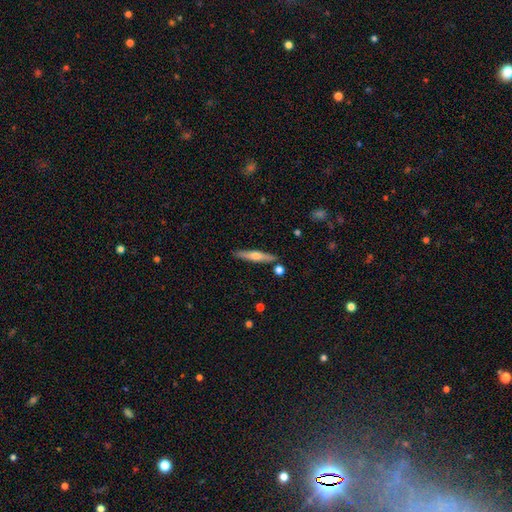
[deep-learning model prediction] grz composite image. It shows a featured or disk galaxy (52%) viewed edge-on (95%). Merging: none (86%).